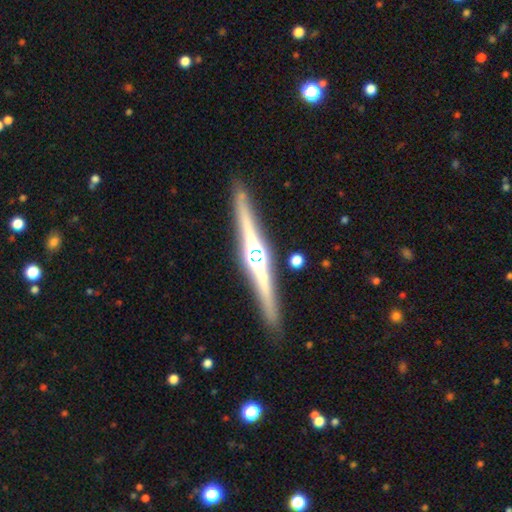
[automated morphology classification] type=featured or disk (74%); edge-on=yes (98%); edge-on bulge=rounded (75%); merging=none (88%).